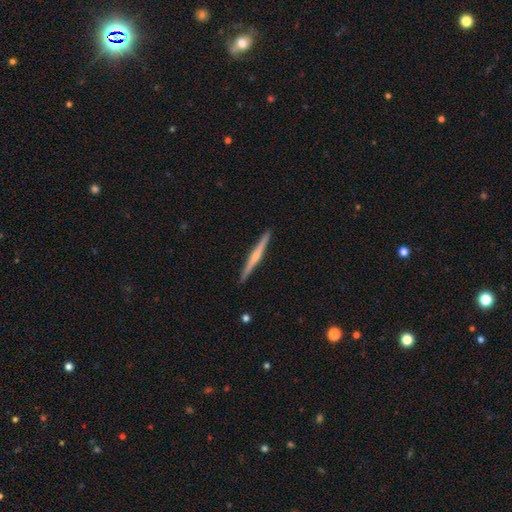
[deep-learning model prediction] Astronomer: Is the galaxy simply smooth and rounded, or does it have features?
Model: featured or disk — 61%.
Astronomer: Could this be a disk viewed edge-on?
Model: yes — 98%.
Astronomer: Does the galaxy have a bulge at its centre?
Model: rounded — 57% (runner-up: none, 35%).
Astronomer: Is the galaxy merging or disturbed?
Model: none — 92%.